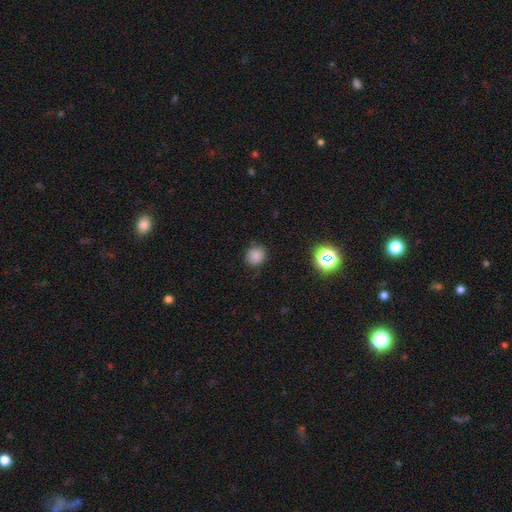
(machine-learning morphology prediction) smooth 81%, star or artifact 14%, featured or disk 5%. Down the decision tree: how rounded — round (82%); merging — none (79%).